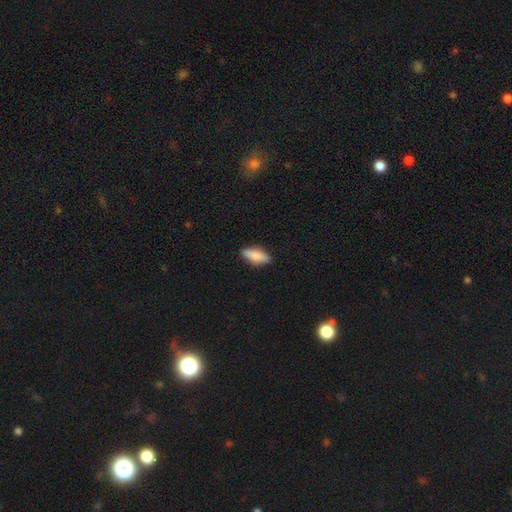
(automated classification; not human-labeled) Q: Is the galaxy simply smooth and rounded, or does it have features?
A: smooth — 80%.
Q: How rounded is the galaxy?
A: in between — 65%.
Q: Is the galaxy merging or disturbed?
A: none — 88%.